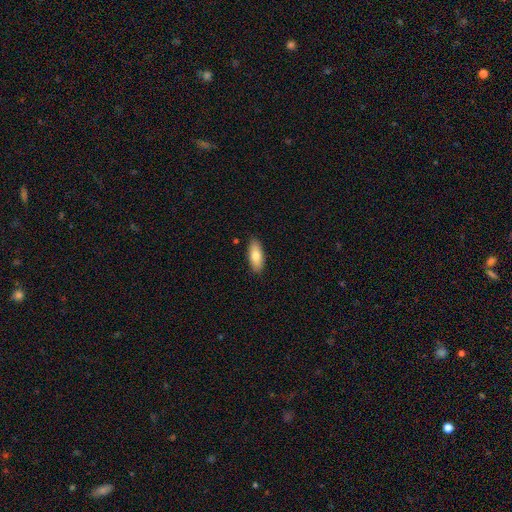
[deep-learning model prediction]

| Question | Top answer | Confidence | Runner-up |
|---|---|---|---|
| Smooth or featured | smooth | 77% | featured or disk (17%) |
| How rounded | in between | 81% | cigar-shaped (16%) |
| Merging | none | 88% | minor disturbance (9%) |